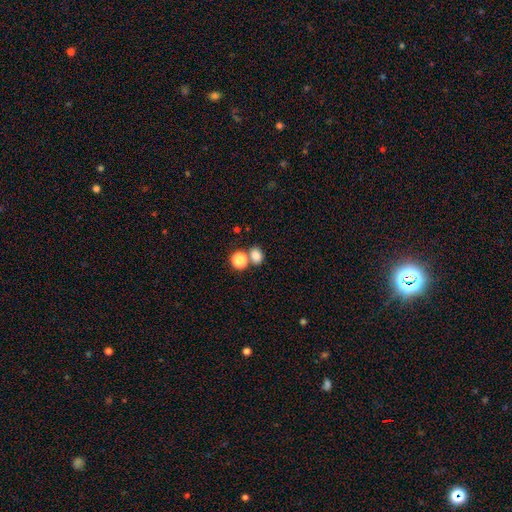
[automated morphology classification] type=smooth (81%); roundness=round (56%); merging=none (56%).